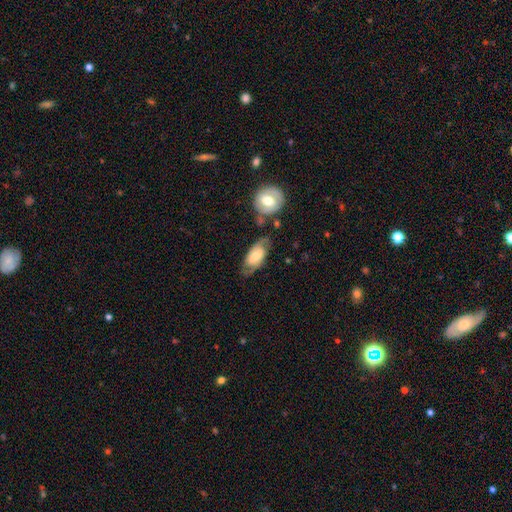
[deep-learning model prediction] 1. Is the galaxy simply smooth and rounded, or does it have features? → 54% featured or disk, 39% smooth, 7% star or artifact.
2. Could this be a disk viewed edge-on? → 90% no, 10% yes.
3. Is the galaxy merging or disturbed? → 58% none, 22% minor disturbance, 11% major disturbance, 9% merger.